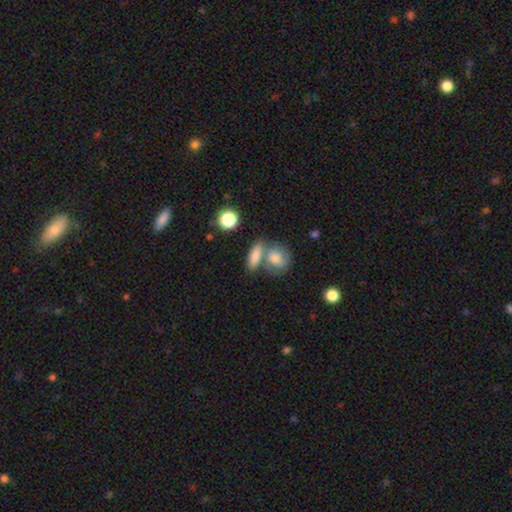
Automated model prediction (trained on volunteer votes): Smooth or featured: smooth — 77% (featured or disk — 15%)
How rounded: in between — 61% (round — 20%)
Merging: none — 44% (merger — 41%)